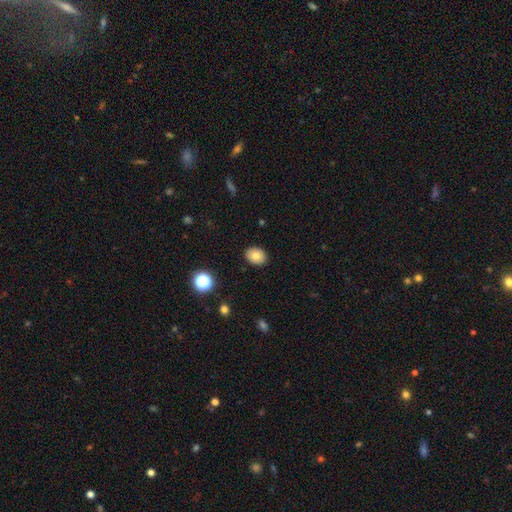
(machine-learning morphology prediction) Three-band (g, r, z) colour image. It shows a smooth galaxy with no disk features (80%) that is in between round and cigar-shaped (57%). Merging: none (89%).